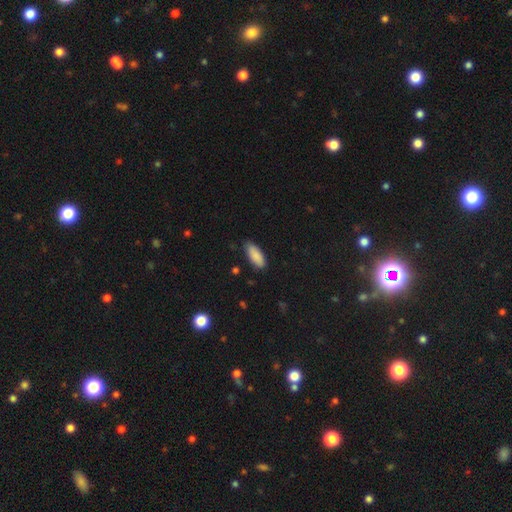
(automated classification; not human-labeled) Smooth or featured?
  - smooth: 89% *
  - star or artifact: 6%
  - featured or disk: 5%
How rounded?
  - in between: 75% *
  - cigar-shaped: 24%
  - round: 2%
Merging?
  - none: 83% *
  - minor disturbance: 13%
  - major disturbance: 2%
  - merger: 1%